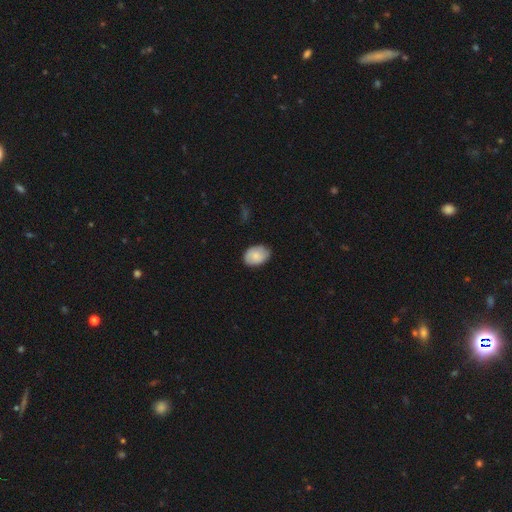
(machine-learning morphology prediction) Smooth or featured? smooth (79%)
How rounded? in between (80%)
Merging? none (78%)